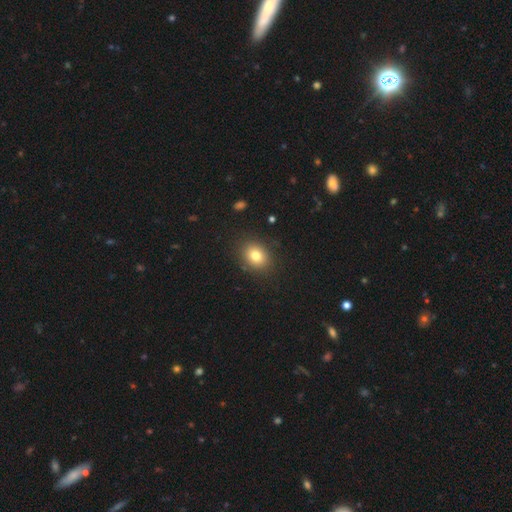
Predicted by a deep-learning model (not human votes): The model was most divided on "how rounded": round: 51%, in between: 48%, cigar-shaped: 1%. More confident: merging — none (88%); smooth or featured — smooth (79%).